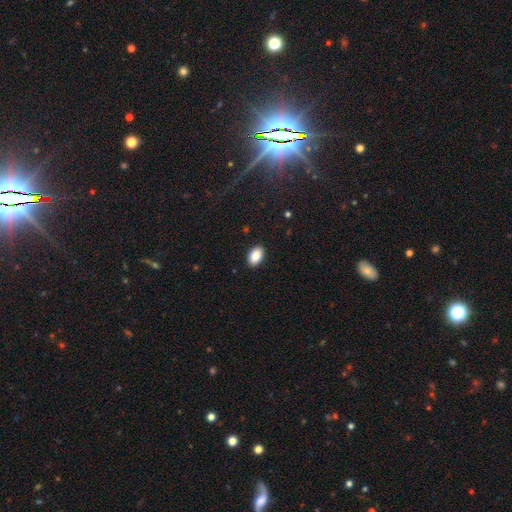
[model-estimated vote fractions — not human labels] Q: Smooth or featured?
A: smooth (89%); runner-up: star or artifact (7%)
Q: How rounded?
A: in between (92%); runner-up: round (7%)
Q: Merging?
A: none (90%); runner-up: minor disturbance (8%)